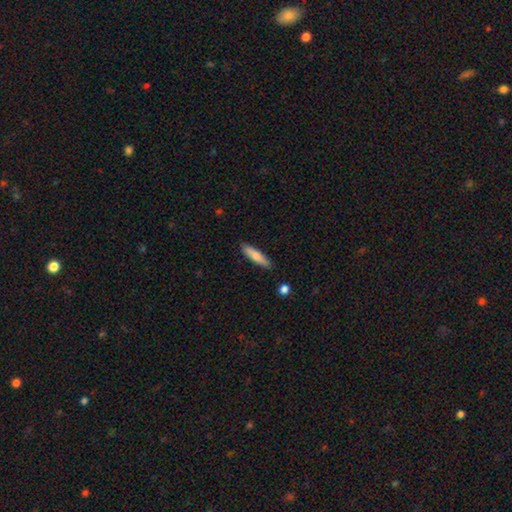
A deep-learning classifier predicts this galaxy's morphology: A smooth galaxy with no disk features (70%) that is cigar-shaped (80%). Merging: none (88%).